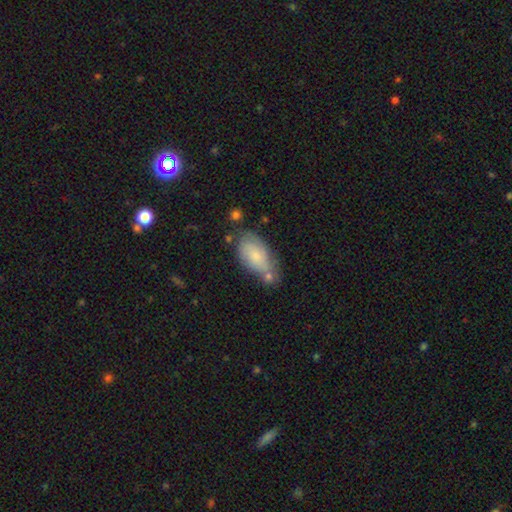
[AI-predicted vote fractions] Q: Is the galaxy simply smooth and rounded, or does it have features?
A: smooth — 72%.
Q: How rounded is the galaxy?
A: in between — 91%.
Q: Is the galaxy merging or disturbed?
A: none — 51%.